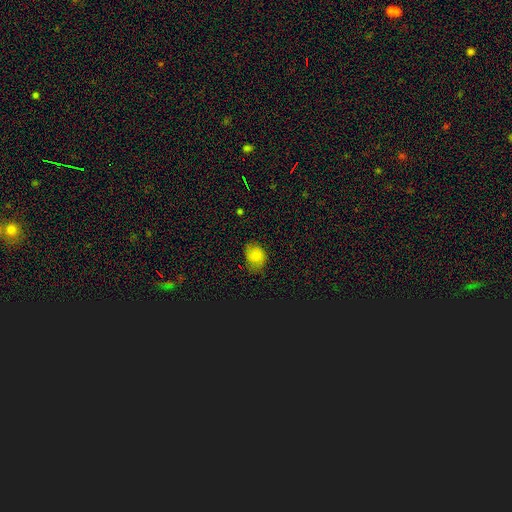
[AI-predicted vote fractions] Smooth or featured?
  - smooth: 78% *
  - star or artifact: 13%
  - featured or disk: 9%
How rounded?
  - in between: 51% *
  - round: 48%
  - cigar-shaped: 1%
Merging?
  - none: 65% *
  - minor disturbance: 28%
  - major disturbance: 6%
  - merger: 1%